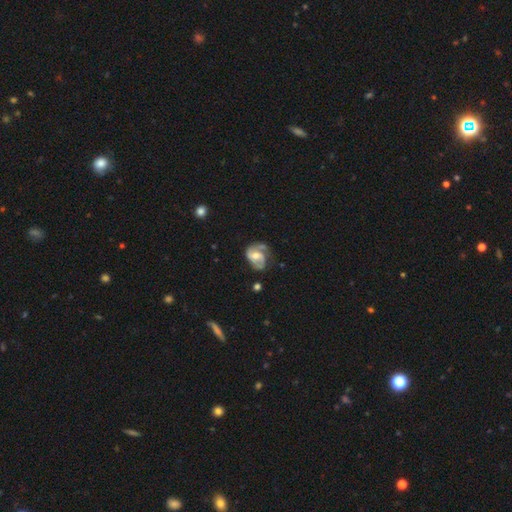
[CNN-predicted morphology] The model was most divided on "bar": no: 51%, weak: 38%, strong: 11%. Remaining: edge-on disk — no (98%); spiral arms — yes (93%); smooth or featured — featured or disk (79%); spiral arm count — 2 (78%); bulge size — moderate (63%); merging — none (54%); spiral winding — medium (48%).